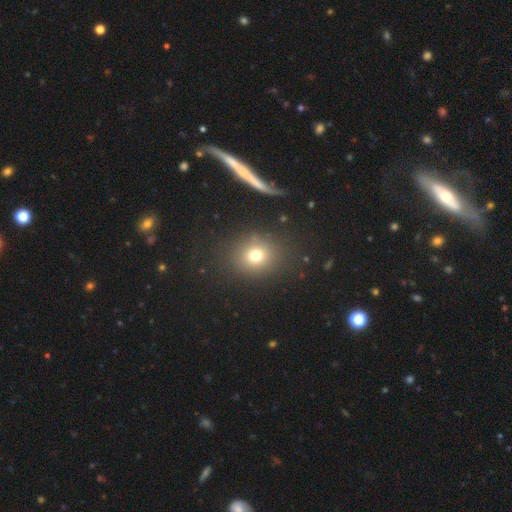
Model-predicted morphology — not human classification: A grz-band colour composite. It shows a smooth galaxy with no disk features (73%) that is round (77%). Merging: none (84%).